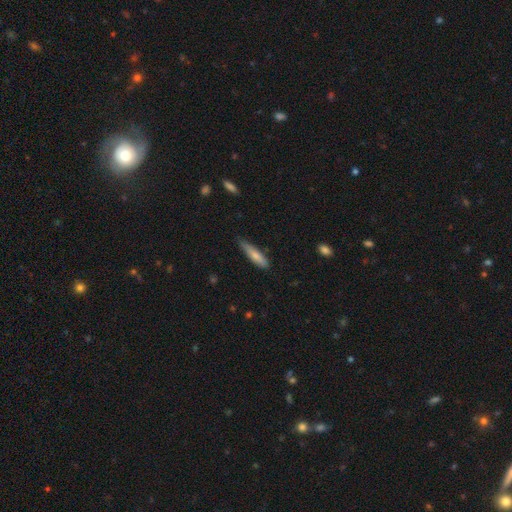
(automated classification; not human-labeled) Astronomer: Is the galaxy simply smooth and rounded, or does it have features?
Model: smooth — 76%.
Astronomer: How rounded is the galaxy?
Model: cigar-shaped — 78%.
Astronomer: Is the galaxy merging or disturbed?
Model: none — 69%.